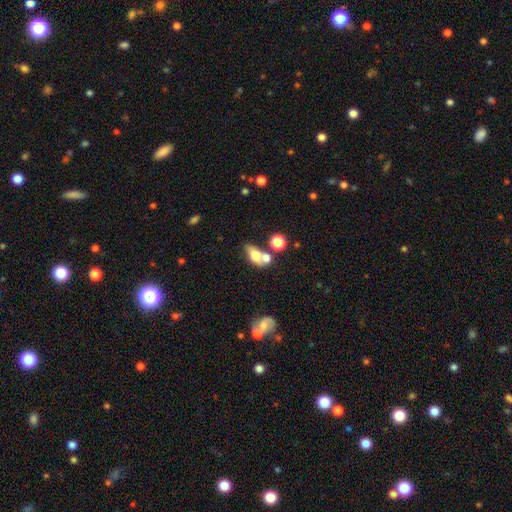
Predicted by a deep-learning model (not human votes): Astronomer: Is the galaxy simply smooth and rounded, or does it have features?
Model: smooth — 63%.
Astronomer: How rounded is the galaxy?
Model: in between — 70%.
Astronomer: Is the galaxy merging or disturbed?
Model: merger — 48% (runner-up: none, 30%).